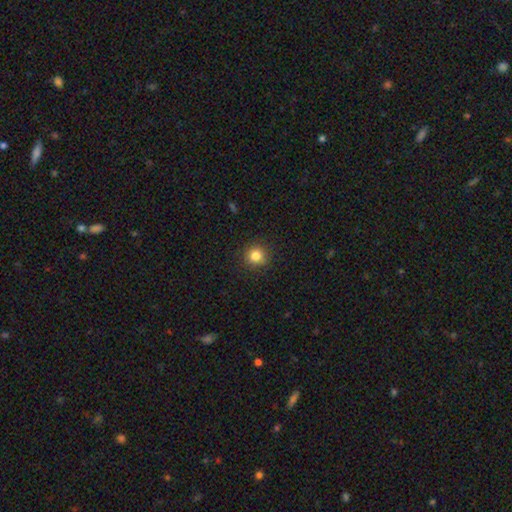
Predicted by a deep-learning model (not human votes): Smooth or featured? Predicted: smooth (p=0.83). How rounded? Predicted: round (p=0.92). Merging? Predicted: none (p=0.90).